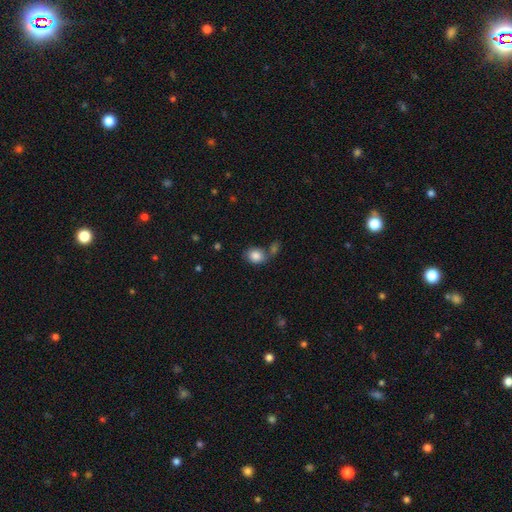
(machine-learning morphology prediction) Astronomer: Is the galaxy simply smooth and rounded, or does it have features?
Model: smooth — 85%.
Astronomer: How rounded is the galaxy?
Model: round — 52% (runner-up: in between, 47%).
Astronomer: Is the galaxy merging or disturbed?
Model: none — 57%.